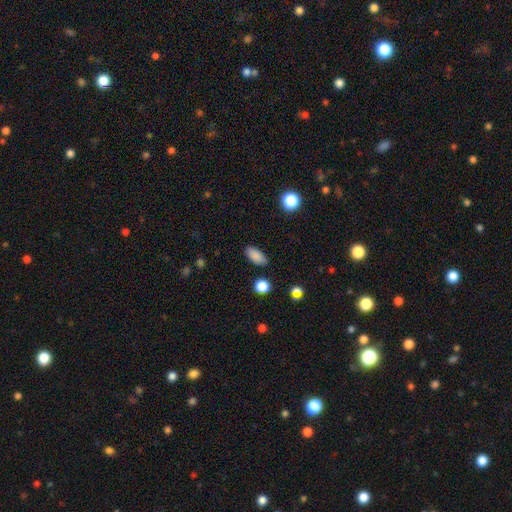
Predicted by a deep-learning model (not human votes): smooth_or_featured: smooth (p=0.86) [alt: star or artifact p=0.09]
how_rounded: in between (p=0.87) [alt: cigar-shaped p=0.09]
merging: none (p=0.87) [alt: minor disturbance p=0.09]